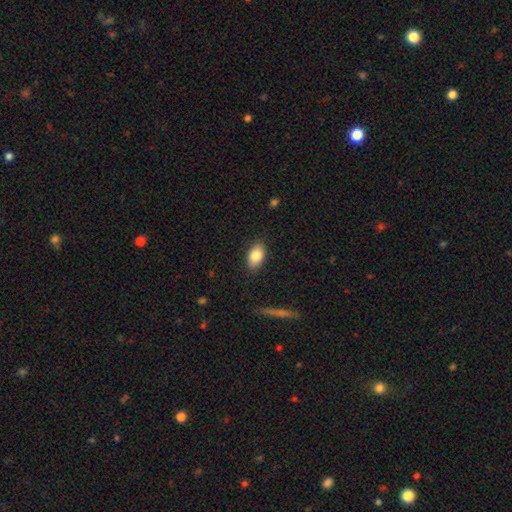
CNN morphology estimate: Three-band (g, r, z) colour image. It shows a smooth galaxy with no disk features (84%) that is in between round and cigar-shaped (90%). Merging: none (87%).